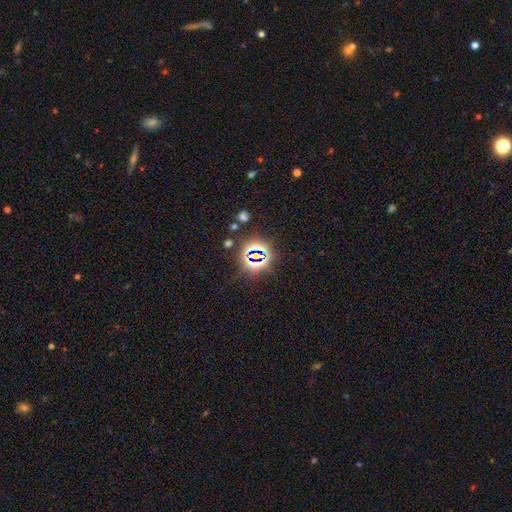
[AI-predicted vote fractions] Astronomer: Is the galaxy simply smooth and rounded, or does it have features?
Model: star or artifact — 75%.